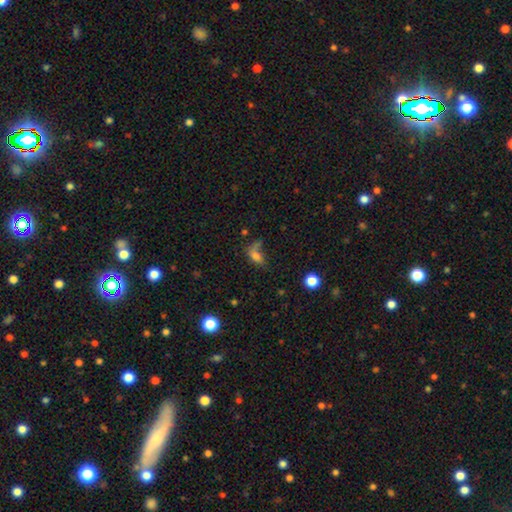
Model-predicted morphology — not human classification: Smooth or featured?
  - smooth: 67% *
  - featured or disk: 17%
  - star or artifact: 16%
How rounded?
  - in between: 77% *
  - round: 13%
  - cigar-shaped: 11%
Merging?
  - none: 32% *
  - major disturbance: 29%
  - merger: 19%
  - minor disturbance: 19%